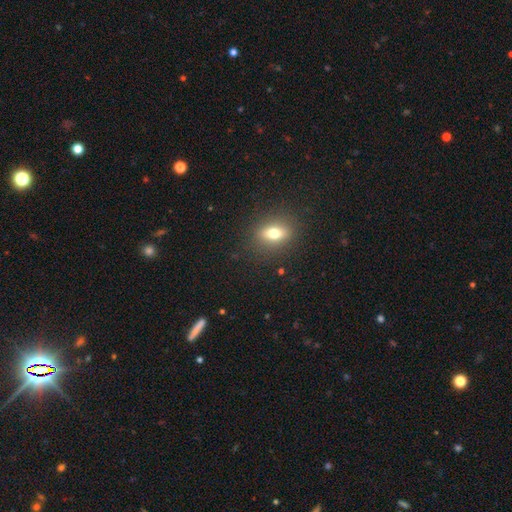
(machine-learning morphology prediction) Q: Smooth or featured?
A: smooth (65%); runner-up: star or artifact (23%)
Q: How rounded?
A: in between (55%); runner-up: round (42%)
Q: Merging?
A: none (90%); runner-up: minor disturbance (7%)